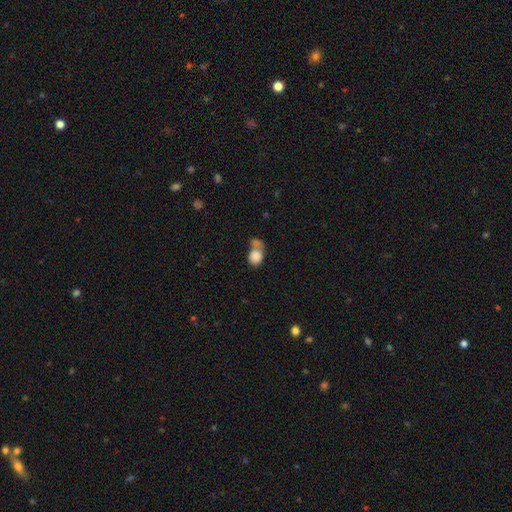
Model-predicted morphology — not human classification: Smooth or featured: smooth — 84% (featured or disk — 8%)
How rounded: round — 56% (in between — 42%)
Merging: merger — 53% (none — 28%)